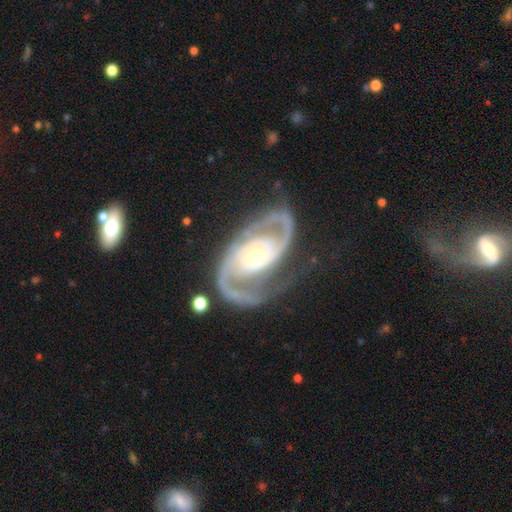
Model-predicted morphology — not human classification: This appears to be a featured or disk galaxy (93%) with no bar (63%), 2 (90%) medium (48%) spiral arms (98%) and a small central bulge (47%, tied with moderate). Merging: none (70%).